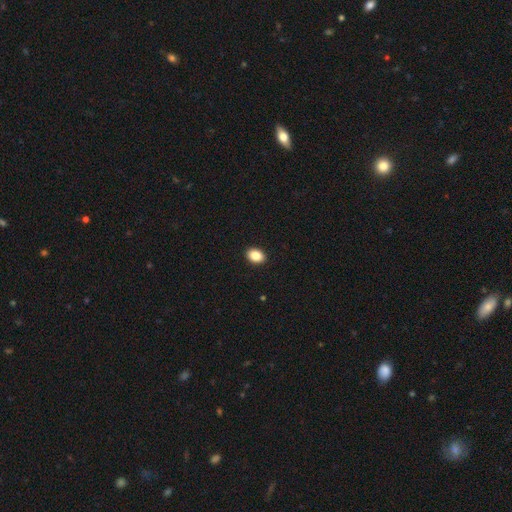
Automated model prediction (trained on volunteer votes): This is clearly a smooth galaxy (87%). How rounded: likely in between (72%). Merging: clearly none (92%).